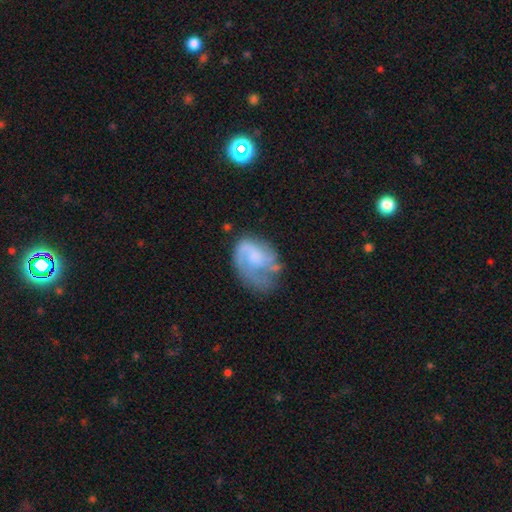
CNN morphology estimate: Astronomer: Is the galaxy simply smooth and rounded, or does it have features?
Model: featured or disk — 65%.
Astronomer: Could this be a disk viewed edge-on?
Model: no — 98%.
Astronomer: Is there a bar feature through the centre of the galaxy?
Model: no — 69%.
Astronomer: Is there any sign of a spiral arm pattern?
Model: yes — 82%.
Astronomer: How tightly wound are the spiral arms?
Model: medium — 39% (runner-up: loose, 31%).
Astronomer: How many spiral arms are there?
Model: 1 — 44% (runner-up: 2, 23%).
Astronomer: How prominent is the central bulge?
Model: none — 36% (runner-up: moderate, 26%).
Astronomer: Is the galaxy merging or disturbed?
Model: none — 38% (runner-up: major disturbance, 33%).